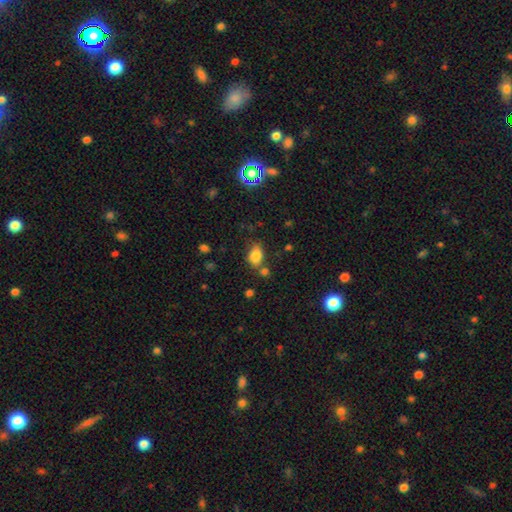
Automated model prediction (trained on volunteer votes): A smooth galaxy with no disk features (81%) that is in between round and cigar-shaped (77%). Merging: none (61%).